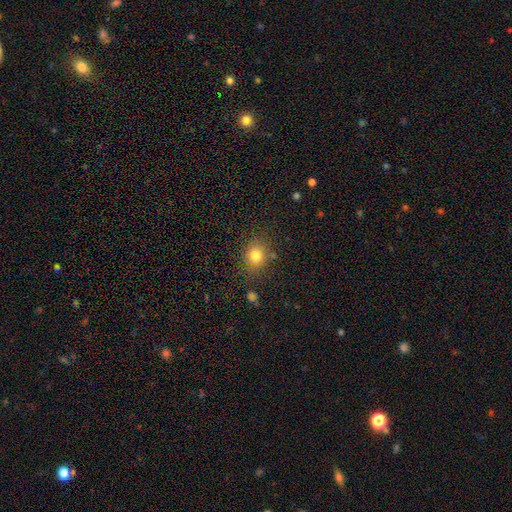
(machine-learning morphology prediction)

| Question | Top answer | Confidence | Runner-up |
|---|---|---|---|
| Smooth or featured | smooth | 80% | star or artifact (12%) |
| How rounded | round | 64% | in between (35%) |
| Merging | none | 77% | minor disturbance (14%) |